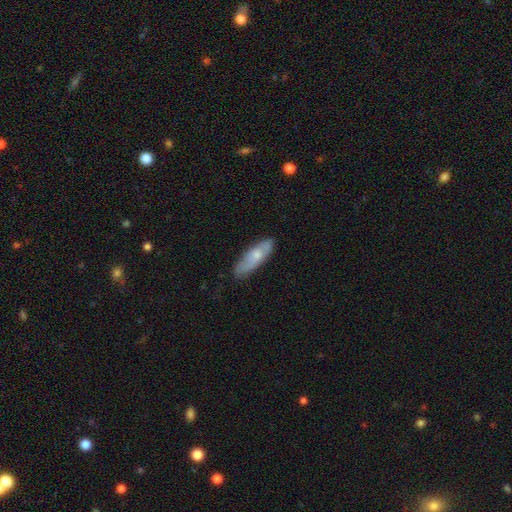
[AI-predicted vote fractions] The model was most divided on "how rounded": cigar-shaped: 52%, in between: 46%, round: 2%. More confident: merging — none (77%); smooth or featured — smooth (62%).